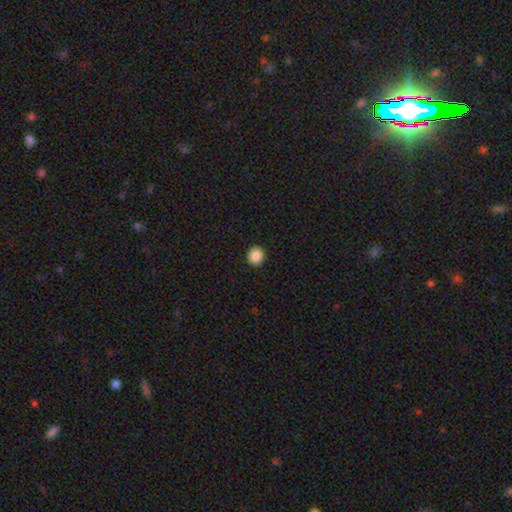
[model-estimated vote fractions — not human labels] Overall: smooth (88%). How rounded: round (87%). Merging: none (92%).